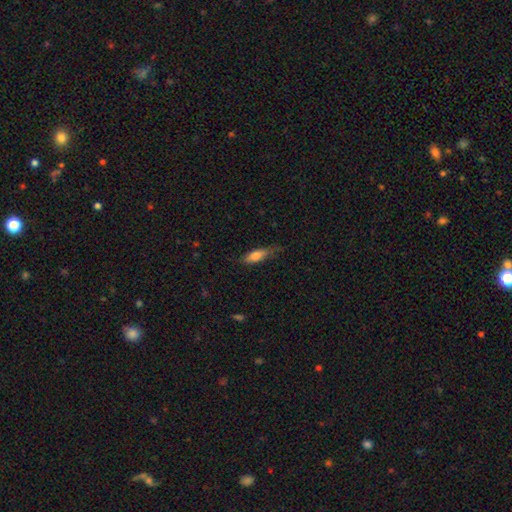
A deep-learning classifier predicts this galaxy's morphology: Overall: smooth (72%). How rounded: in between (53%; cigar-shaped 44%). Merging: none (65%; minor disturbance 27%).